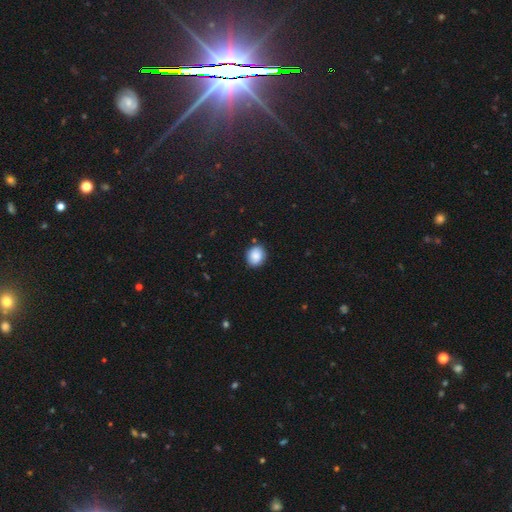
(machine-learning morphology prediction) A smooth galaxy with no disk features (86%) that is round (66%).

Vote fractions:
- Smooth or featured? smooth: 86% / star or artifact: 8% / featured or disk: 6%
- How rounded? round: 66% / in between: 33% / cigar-shaped: 1%
- Merging? none: 84% / minor disturbance: 12% / major disturbance: 2% / merger: 2%